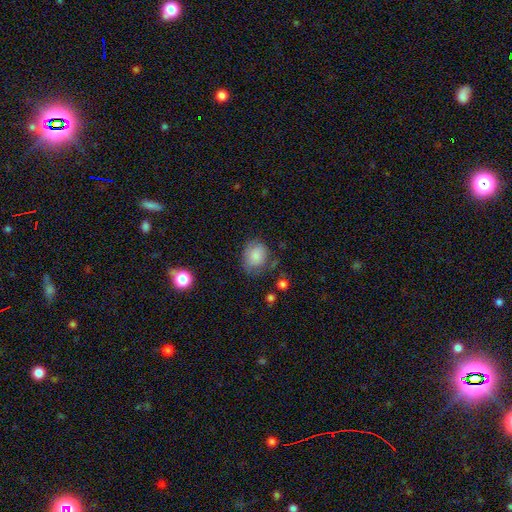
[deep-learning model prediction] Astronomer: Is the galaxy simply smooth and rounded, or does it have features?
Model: smooth — 77%.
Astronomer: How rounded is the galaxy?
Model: round — 50% (runner-up: in between, 49%).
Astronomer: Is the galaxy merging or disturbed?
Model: none — 59%.